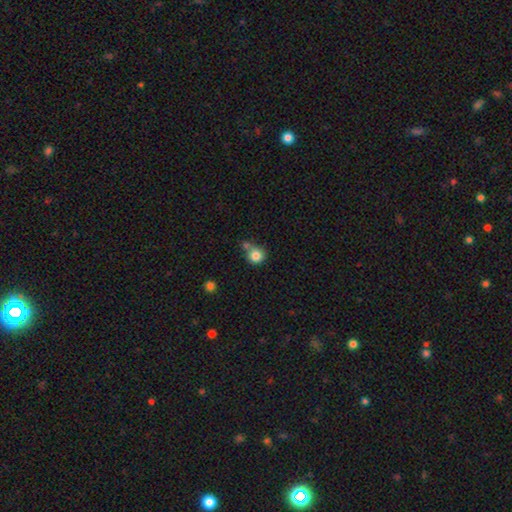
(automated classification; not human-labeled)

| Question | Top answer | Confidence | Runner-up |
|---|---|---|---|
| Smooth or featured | smooth | 82% | star or artifact (10%) |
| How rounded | round | 87% | in between (12%) |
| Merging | none | 51% | merger (29%) |